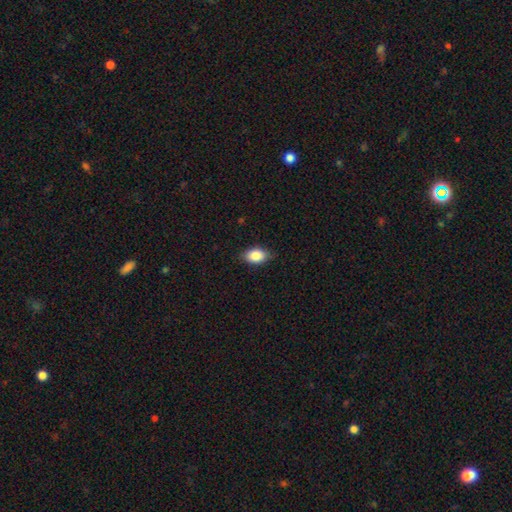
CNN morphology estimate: Smooth or featured: smooth — 87% (star or artifact — 7%)
How rounded: in between — 87% (round — 11%)
Merging: none — 82% (minor disturbance — 14%)